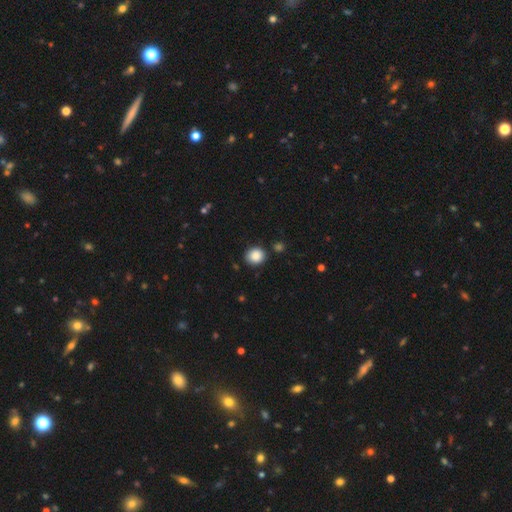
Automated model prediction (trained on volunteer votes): Smooth or featured? Predicted: smooth (p=0.88). How rounded? Predicted: round (p=0.81). Merging? Predicted: none (p=0.86).